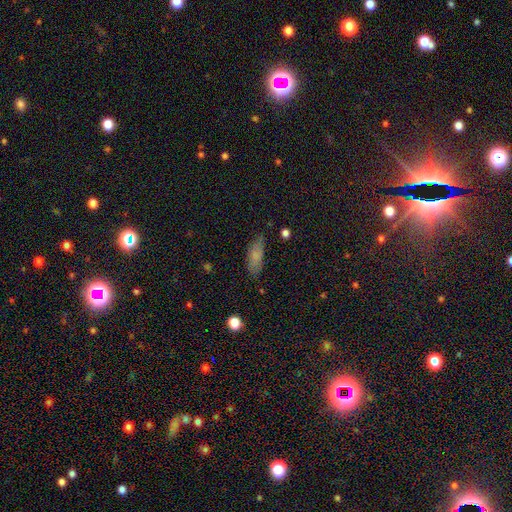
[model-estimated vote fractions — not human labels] This is likely a smooth galaxy (77%). How rounded: likely in between (73%). Merging: likely none (76%).